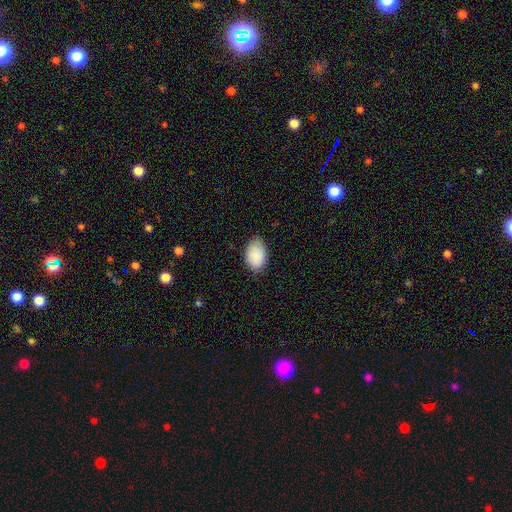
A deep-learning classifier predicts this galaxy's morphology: Overall: smooth (89%). How rounded: in between (87%). Merging: none (76%).